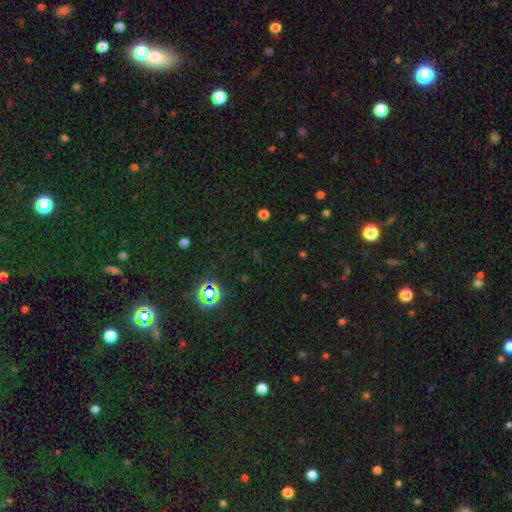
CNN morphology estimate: The model was most divided on "smooth or featured": star or artifact: 69%, smooth: 23%, featured or disk: 8%.